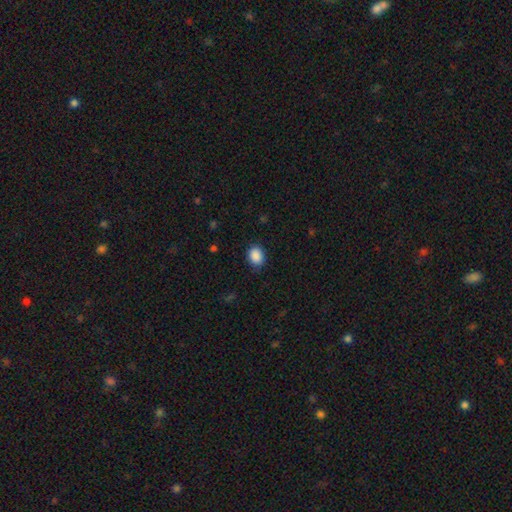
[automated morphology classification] smooth 89%, star or artifact 8%, featured or disk 3%. Down the decision tree: how rounded — in between (54%); merging — none (85%).